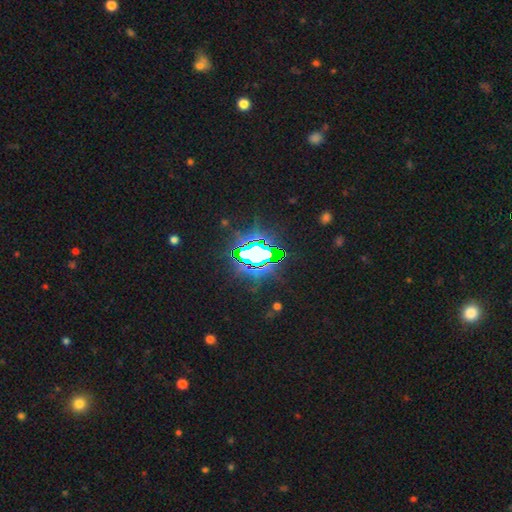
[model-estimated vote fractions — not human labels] Smooth or featured: star or artifact — 77% (featured or disk — 12%)